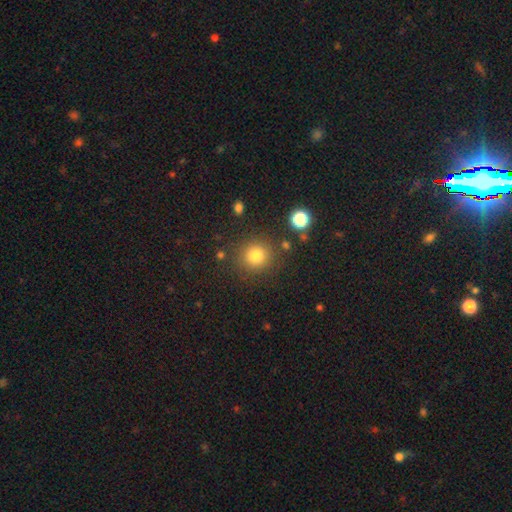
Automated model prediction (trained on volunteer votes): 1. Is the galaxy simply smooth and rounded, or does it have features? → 81% smooth, 13% star or artifact, 6% featured or disk.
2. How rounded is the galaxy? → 89% round, 10% in between, 1% cigar-shaped.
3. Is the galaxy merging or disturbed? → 85% none, 9% minor disturbance, 4% major disturbance, 3% merger.